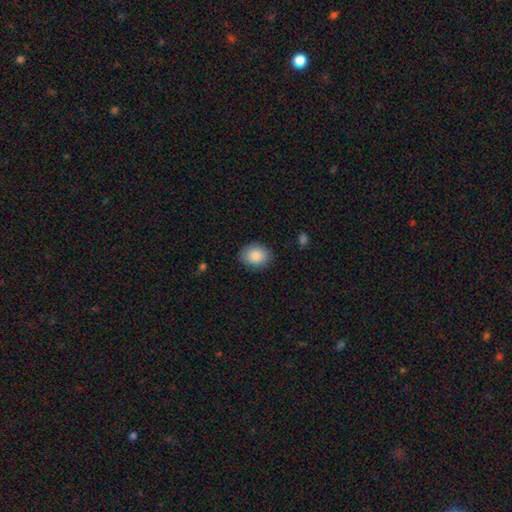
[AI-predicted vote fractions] This appears to be a smooth galaxy with no disk features (88%) that is in between round and cigar-shaped (52%). Merging: none (85%).